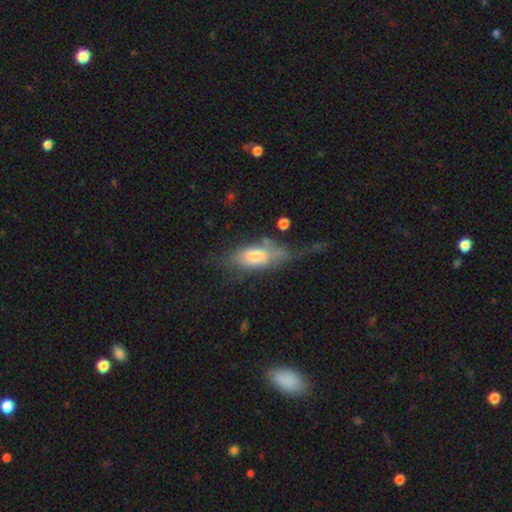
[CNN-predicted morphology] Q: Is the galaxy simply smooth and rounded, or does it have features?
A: smooth — 62%.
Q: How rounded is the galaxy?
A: in between — 82%.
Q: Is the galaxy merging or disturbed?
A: major disturbance — 36%.